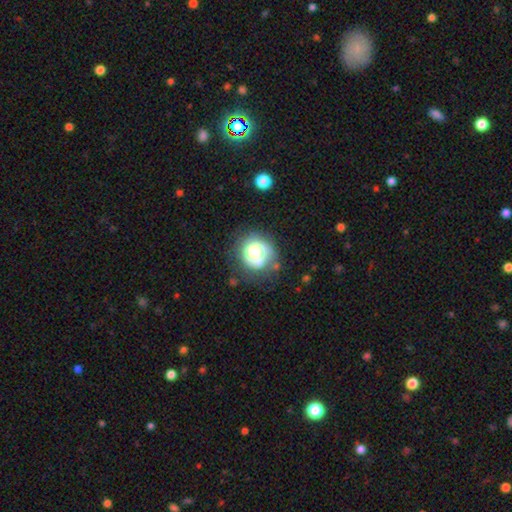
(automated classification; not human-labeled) A smooth galaxy with no disk features (57%) that is round (80%).

Vote fractions:
- Smooth or featured? smooth: 57% / featured or disk: 26% / star or artifact: 17%
- How rounded? round: 80% / in between: 19% / cigar-shaped: 1%
- Merging? none: 55% / minor disturbance: 20% / major disturbance: 17% / merger: 7%